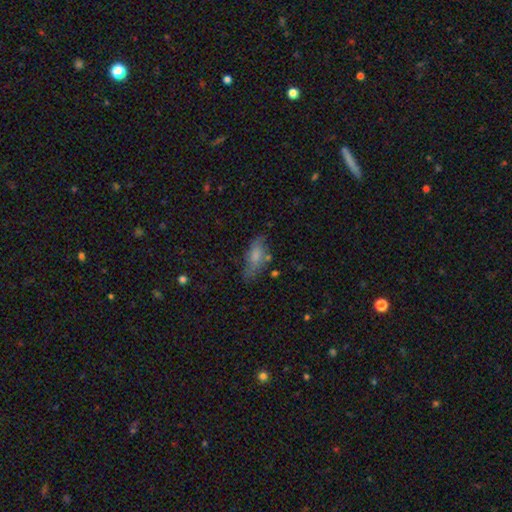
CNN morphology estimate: This is likely a smooth galaxy (71%). How rounded: likely in between (79%). Merging: possibly none (60%).